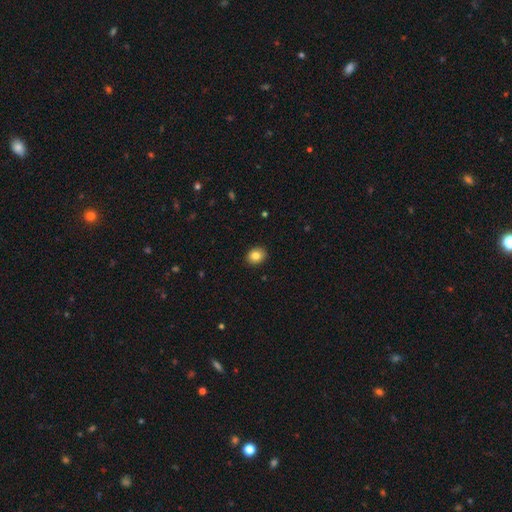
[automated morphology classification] Smooth or featured?
  - smooth: 83% *
  - star or artifact: 9%
  - featured or disk: 8%
How rounded?
  - round: 59% *
  - in between: 40%
  - cigar-shaped: 1%
Merging?
  - none: 91% *
  - minor disturbance: 7%
  - major disturbance: 2%
  - merger: 1%